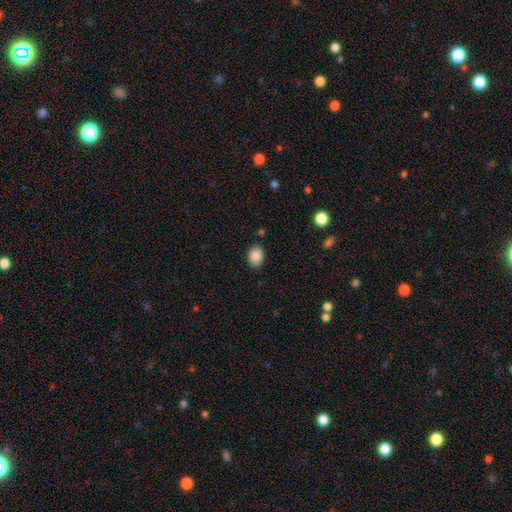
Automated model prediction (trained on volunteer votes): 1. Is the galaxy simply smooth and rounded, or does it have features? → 88% smooth, 8% star or artifact, 4% featured or disk.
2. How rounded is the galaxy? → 73% in between, 26% round, 1% cigar-shaped.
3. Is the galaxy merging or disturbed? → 84% none, 11% minor disturbance, 3% major disturbance, 2% merger.